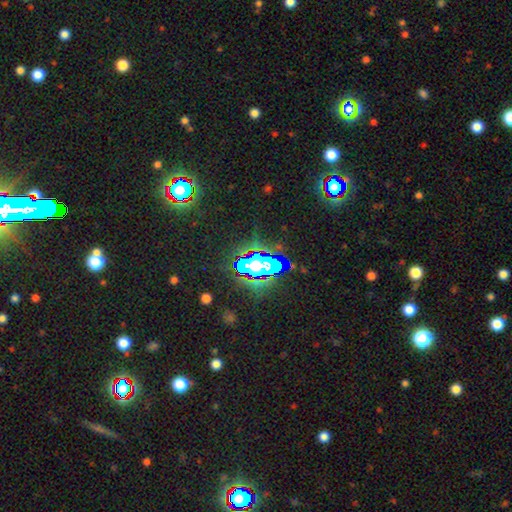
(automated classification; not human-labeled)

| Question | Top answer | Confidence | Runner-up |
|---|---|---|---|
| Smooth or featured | star or artifact | 63% | smooth (21%) |